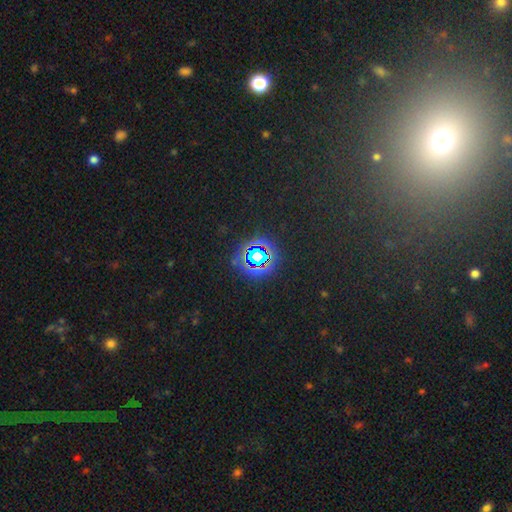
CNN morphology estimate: Smooth or featured?
  - star or artifact: 76% *
  - smooth: 15%
  - featured or disk: 9%